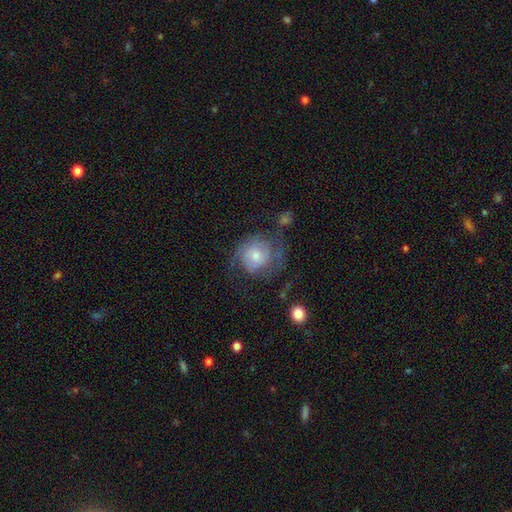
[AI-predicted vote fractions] Smooth or featured?
  - featured or disk: 65% *
  - smooth: 27%
  - star or artifact: 7%
Edge-on disk?
  - no: 97% *
  - yes: 3%
Bar?
  - no: 71% *
  - weak: 25%
  - strong: 4%
Spiral arms?
  - yes: 85% *
  - no: 15%
Spiral winding?
  - medium: 40% *
  - tight: 38%
  - loose: 22%
Spiral arm count?
  - 2: 52% *
  - can't tell: 24%
  - 3: 10%
  - 1: 9%
  - 4: 3%
  - more than 4: 3%
Bulge size?
  - small: 47% *
  - moderate: 43%
  - large: 6%
  - none: 3%
  - dominant: 2%
Merging?
  - none: 50% *
  - major disturbance: 25%
  - minor disturbance: 21%
  - merger: 3%